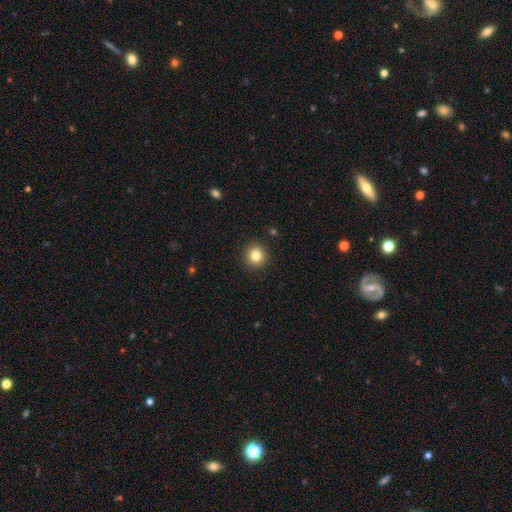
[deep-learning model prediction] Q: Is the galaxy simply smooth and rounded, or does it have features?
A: smooth — 83%.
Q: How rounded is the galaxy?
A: round — 91%.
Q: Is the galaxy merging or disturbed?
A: none — 91%.